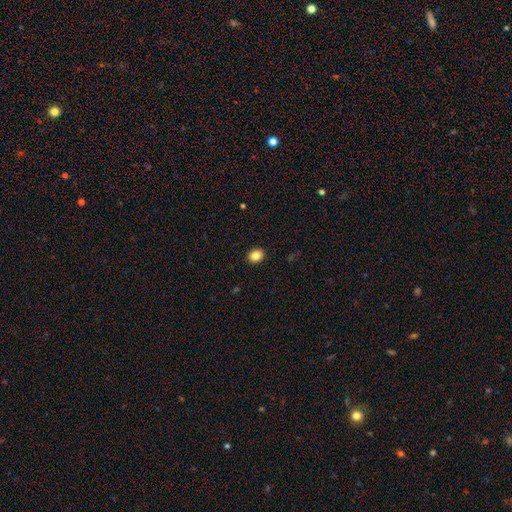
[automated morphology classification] A smooth galaxy with no disk features (84%) that is round (57%). Merging: none (91%).